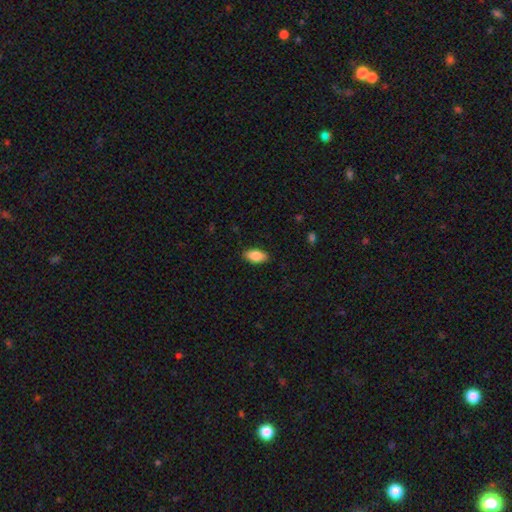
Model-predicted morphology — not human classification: A smooth galaxy with no disk features (86%) that is in between round and cigar-shaped (91%). Merging: none (88%).